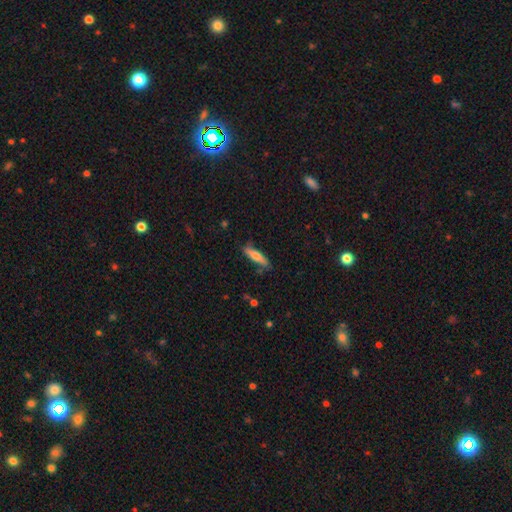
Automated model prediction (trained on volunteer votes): The model was most divided on "smooth or featured": smooth: 66%, featured or disk: 28%, star or artifact: 6%. More confident: merging — none (77%); how rounded — cigar-shaped (74%).